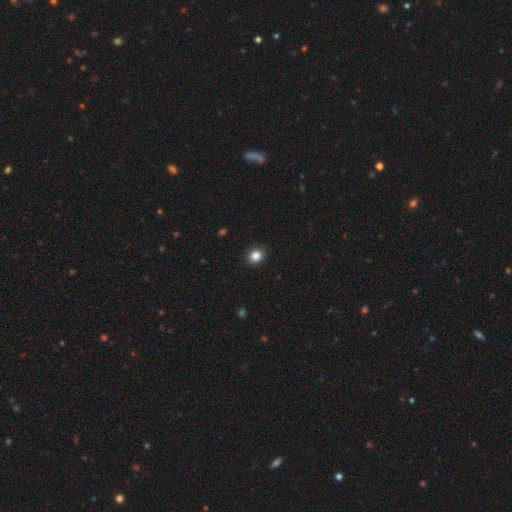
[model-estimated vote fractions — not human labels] Smooth or featured? smooth (85%)
How rounded? round (72%)
Merging? none (91%)